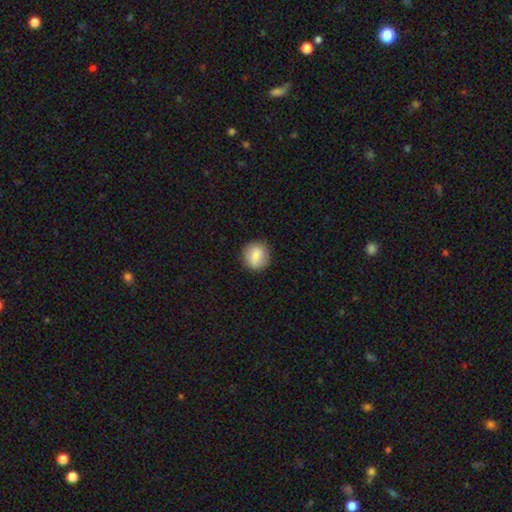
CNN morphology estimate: Overall: smooth (82%). How rounded: round (87%). Merging: none (85%).